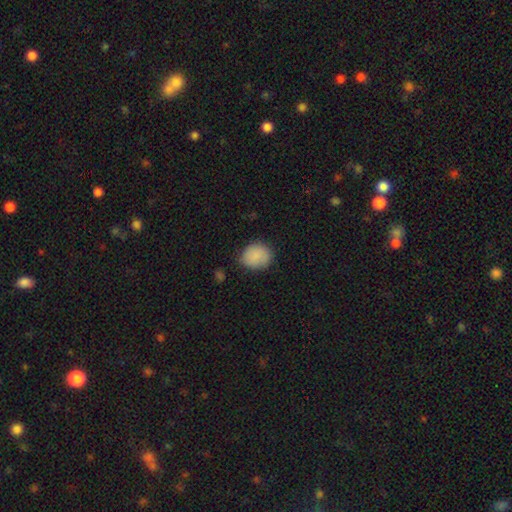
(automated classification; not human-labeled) The model was most divided on "how rounded": round: 66%, in between: 33%, cigar-shaped: 1%. More confident: smooth or featured — smooth (86%); merging — none (74%).